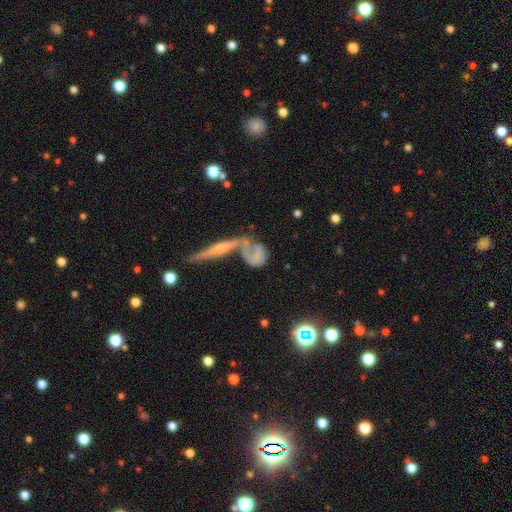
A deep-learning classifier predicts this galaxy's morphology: smooth-or-featured: smooth: 47% | featured or disk: 43% | star or artifact: 10%
  merging: merger: 39% | none: 27% | major disturbance: 20% | minor disturbance: 14%